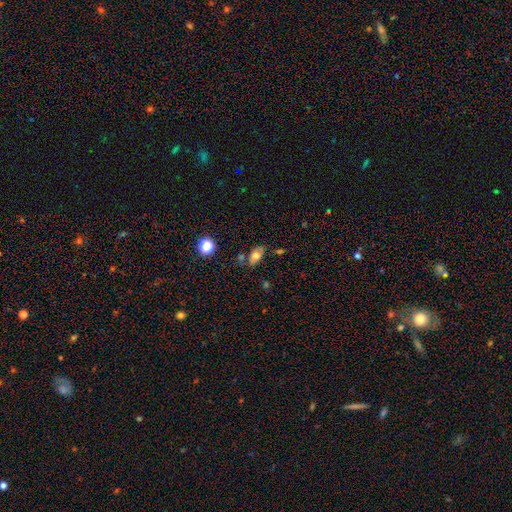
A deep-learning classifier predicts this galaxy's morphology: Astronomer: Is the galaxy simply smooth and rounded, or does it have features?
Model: smooth — 65%.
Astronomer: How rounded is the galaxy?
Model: in between — 85%.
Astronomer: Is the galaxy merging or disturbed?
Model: none — 66%.